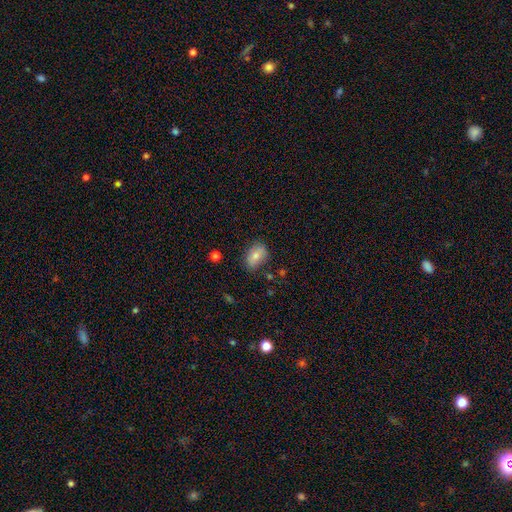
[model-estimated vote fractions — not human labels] This appears to be a smooth galaxy with no disk features (74%) that is in between round and cigar-shaped (84%). Merging: none (76%).